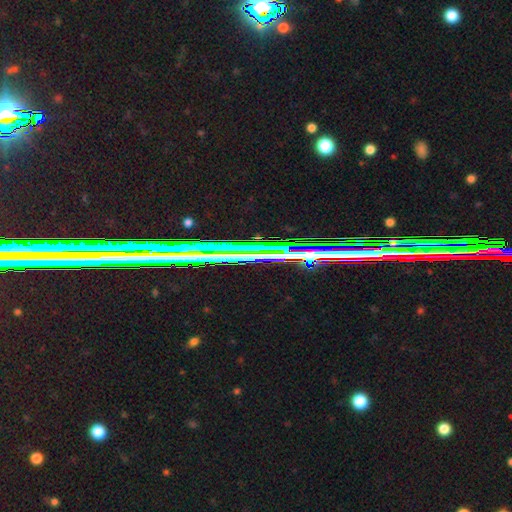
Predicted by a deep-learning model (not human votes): Q: Smooth or featured?
A: star or artifact (74%); runner-up: featured or disk (17%)